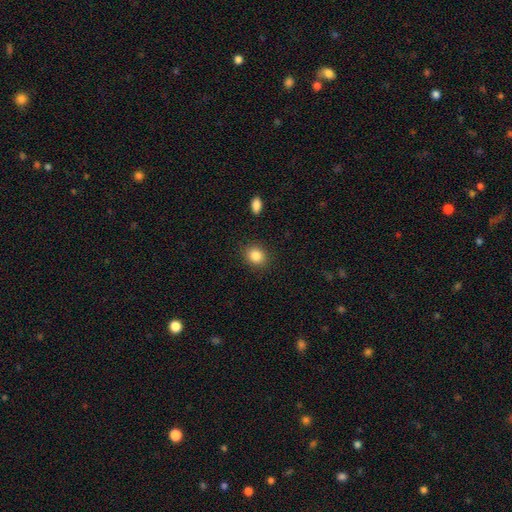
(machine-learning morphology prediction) Smooth or featured? smooth (86%)
How rounded? round (65%)
Merging? none (88%)